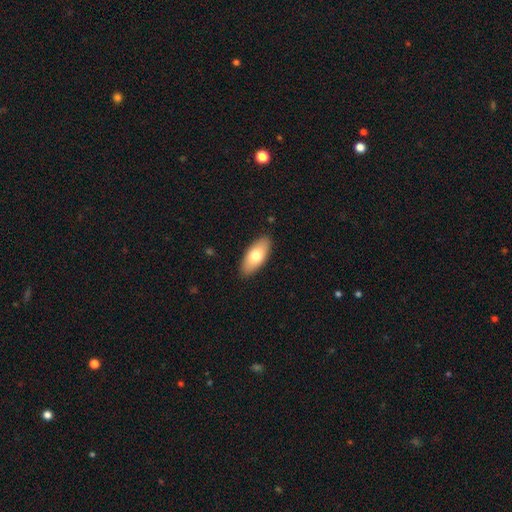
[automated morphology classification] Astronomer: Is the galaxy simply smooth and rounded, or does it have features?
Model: smooth — 73%.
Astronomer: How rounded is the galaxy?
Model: in between — 87%.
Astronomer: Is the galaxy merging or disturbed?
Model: none — 89%.